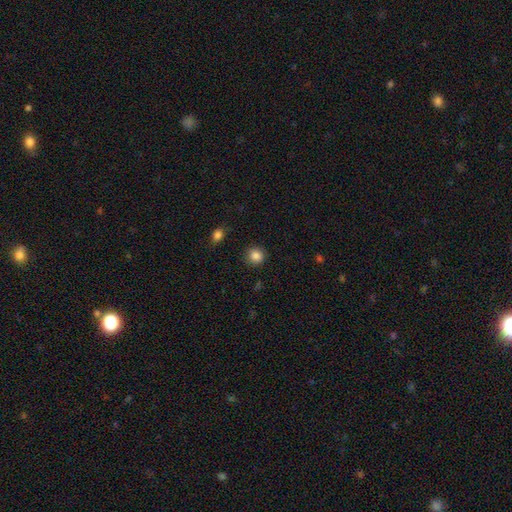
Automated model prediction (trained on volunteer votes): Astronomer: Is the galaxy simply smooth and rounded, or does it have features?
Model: smooth — 86%.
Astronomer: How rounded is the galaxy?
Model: round — 89%.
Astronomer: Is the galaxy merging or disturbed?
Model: none — 88%.